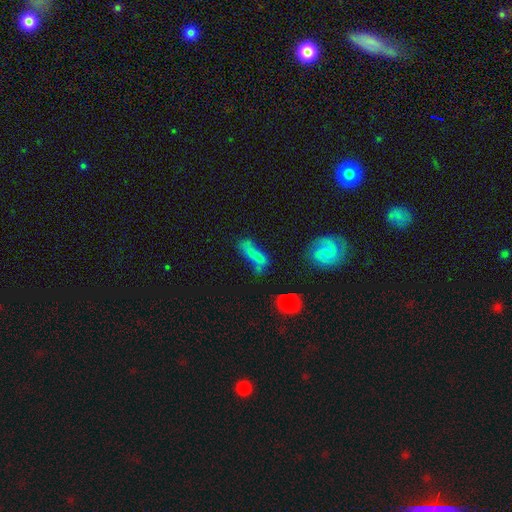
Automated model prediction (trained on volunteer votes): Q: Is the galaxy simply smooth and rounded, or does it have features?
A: smooth — 58%.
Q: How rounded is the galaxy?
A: in between — 60%.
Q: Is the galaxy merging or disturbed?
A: merger — 41%.